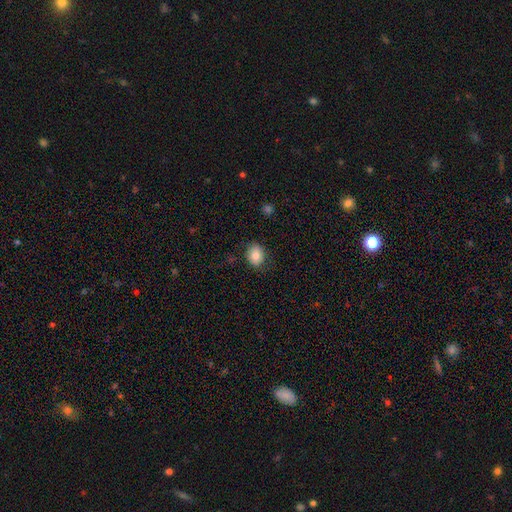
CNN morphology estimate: The model was most divided on "how rounded": round: 51%, in between: 48%, cigar-shaped: 1%. More confident: merging — none (82%); smooth or featured — smooth (81%).